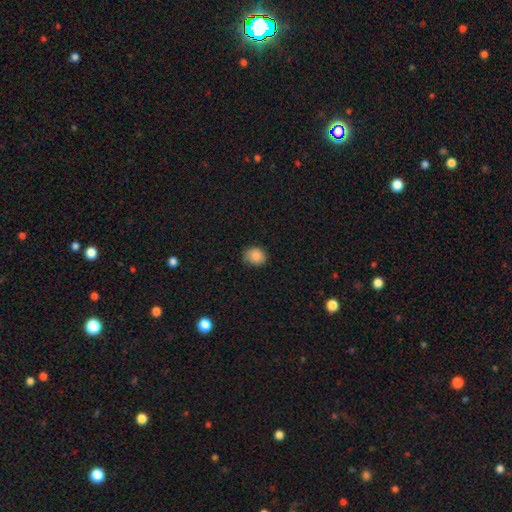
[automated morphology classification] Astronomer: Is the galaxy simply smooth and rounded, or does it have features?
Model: smooth — 87%.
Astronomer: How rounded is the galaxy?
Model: round — 70%.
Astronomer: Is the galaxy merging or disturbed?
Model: none — 79%.